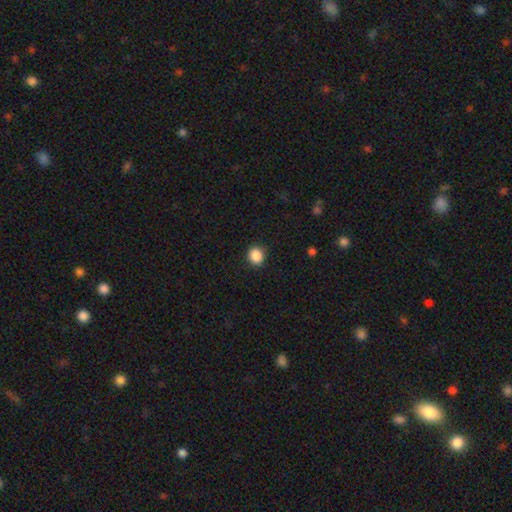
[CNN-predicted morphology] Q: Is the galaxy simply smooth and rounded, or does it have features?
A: smooth — 88%.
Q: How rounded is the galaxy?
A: round — 75%.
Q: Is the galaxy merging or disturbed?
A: none — 89%.